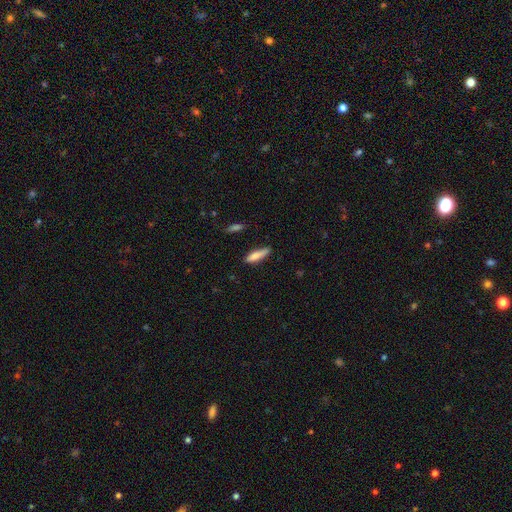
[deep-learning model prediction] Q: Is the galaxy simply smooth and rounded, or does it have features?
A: smooth — 79%.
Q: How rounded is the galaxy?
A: cigar-shaped — 70%.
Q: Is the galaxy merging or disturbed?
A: none — 75%.